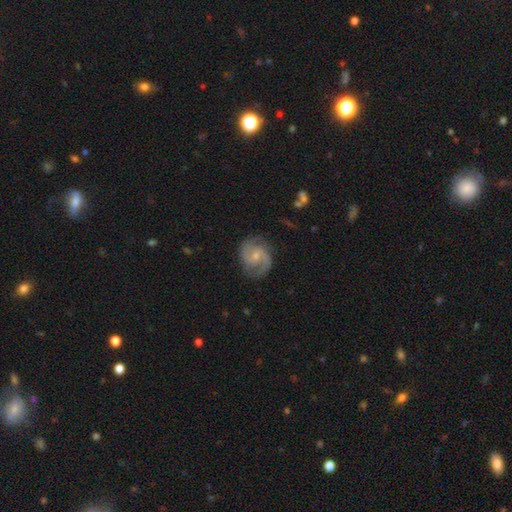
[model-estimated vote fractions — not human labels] This appears to be a featured or disk galaxy (85%) with no bar (53%), 2 (85%) medium (53%) spiral arms (96%) and a small central bulge (63%). Merging: none (76%).